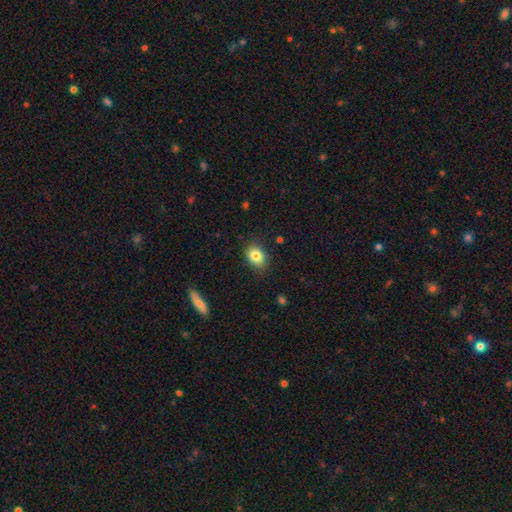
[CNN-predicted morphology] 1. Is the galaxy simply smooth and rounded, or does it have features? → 83% smooth, 9% star or artifact, 8% featured or disk.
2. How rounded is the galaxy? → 61% in between, 37% round, 1% cigar-shaped.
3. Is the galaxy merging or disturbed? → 82% none, 14% minor disturbance, 3% major disturbance, 1% merger.